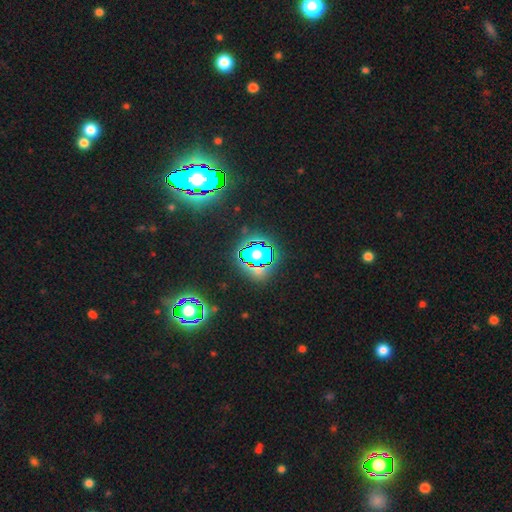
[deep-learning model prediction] A star or artifact, not a galaxy (60%).

Vote fractions:
- Smooth or featured? star or artifact: 60% / smooth: 27% / featured or disk: 12%